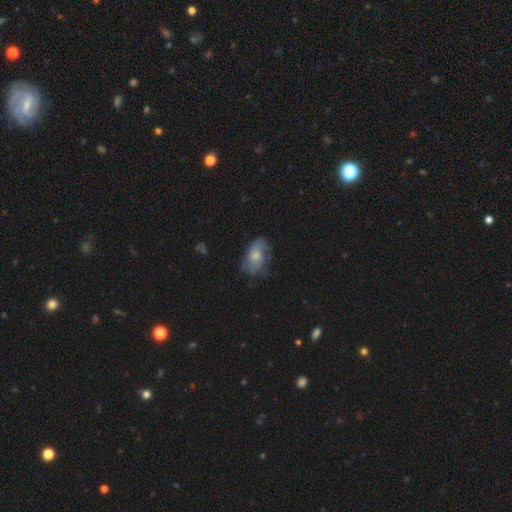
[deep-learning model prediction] Smooth or featured? Predicted: smooth (p=0.50). How rounded? Predicted: in between (p=0.88). Merging? Predicted: none (p=0.53).